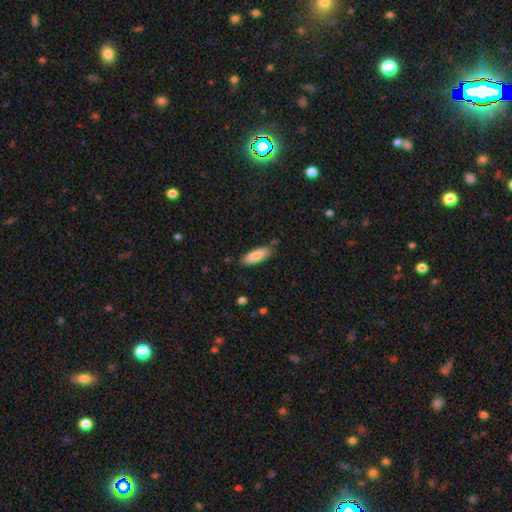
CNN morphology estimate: A smooth galaxy with no disk features (84%) that is in between round and cigar-shaped (56%).

Vote fractions:
- Smooth or featured? smooth: 84% / featured or disk: 10% / star or artifact: 6%
- How rounded? in between: 56% / cigar-shaped: 43% / round: 1%
- Merging? none: 81% / minor disturbance: 14% / major disturbance: 2% / merger: 2%